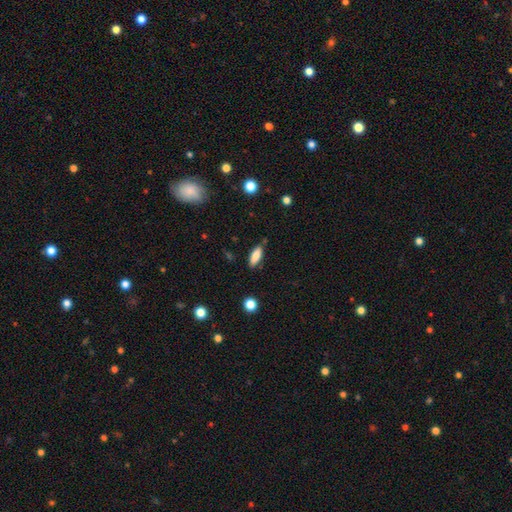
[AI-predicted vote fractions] A smooth galaxy with no disk features (83%) that is in between round and cigar-shaped (68%). Merging: none (81%).